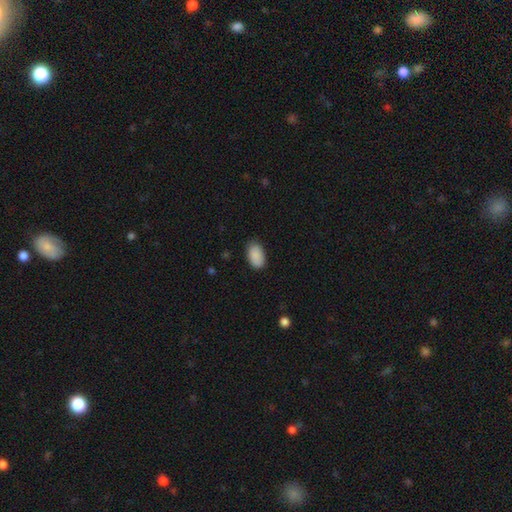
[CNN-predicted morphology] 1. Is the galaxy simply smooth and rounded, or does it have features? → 90% smooth, 7% star or artifact, 4% featured or disk.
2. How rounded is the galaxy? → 93% in between, 5% round, 1% cigar-shaped.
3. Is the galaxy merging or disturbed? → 81% none, 15% minor disturbance, 3% major disturbance, 1% merger.